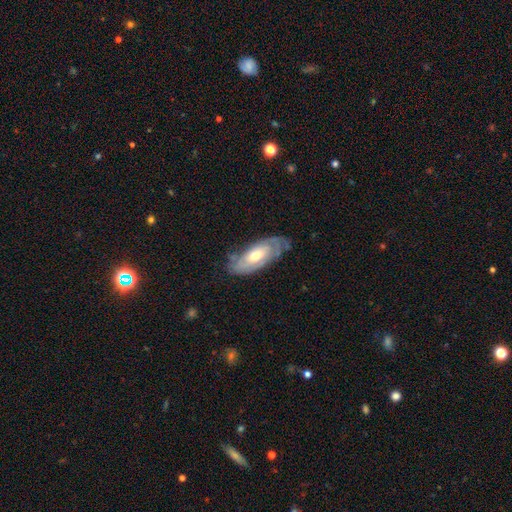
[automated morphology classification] The model was most divided on "smooth or featured": featured or disk: 63%, smooth: 31%, star or artifact: 6%. More confident: edge-on disk — no (84%); spiral arms — yes (72%); bulge size — moderate (68%); bar — no (67%); merging — none (67%).